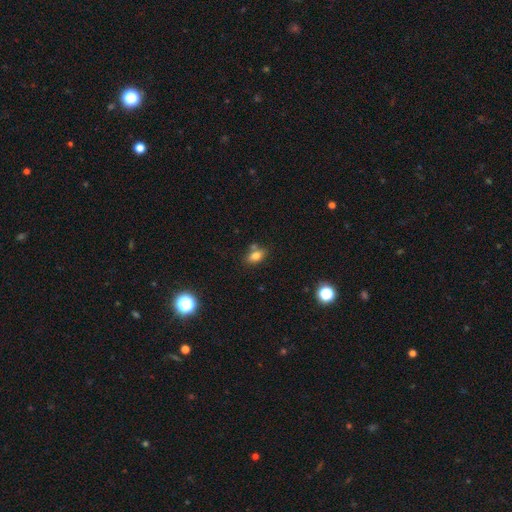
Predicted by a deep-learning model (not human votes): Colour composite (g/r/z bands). It shows a smooth galaxy with no disk features (79%) that is in between round and cigar-shaped (85%). Merging: none (69%).